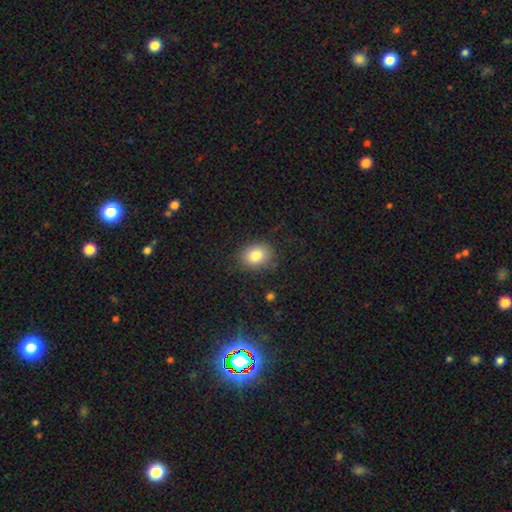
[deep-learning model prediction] Q: Smooth or featured?
A: smooth (82%); runner-up: star or artifact (10%)
Q: How rounded?
A: round (53%); runner-up: in between (46%)
Q: Merging?
A: none (83%); runner-up: minor disturbance (12%)